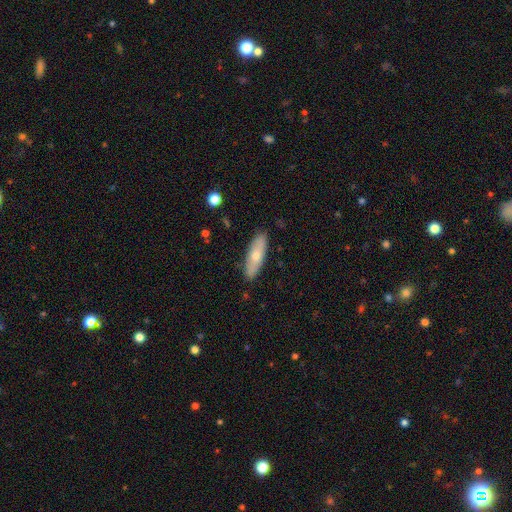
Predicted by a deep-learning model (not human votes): Smooth or featured? Predicted: smooth (p=0.59). How rounded? Predicted: cigar-shaped (p=0.55). Merging? Predicted: none (p=0.88).